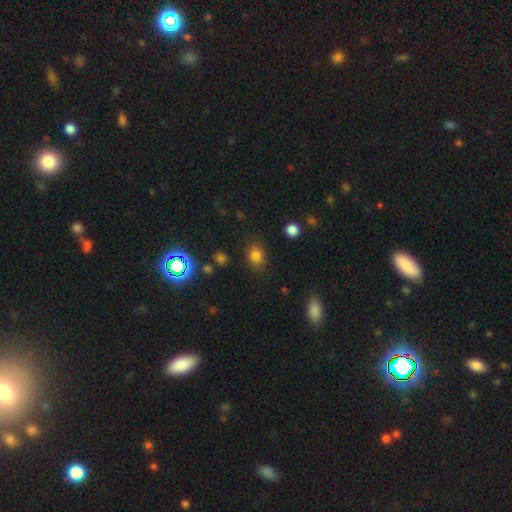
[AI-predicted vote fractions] Smooth or featured?
  - smooth: 79% *
  - star or artifact: 15%
  - featured or disk: 6%
How rounded?
  - in between: 50% *
  - round: 49%
  - cigar-shaped: 1%
Merging?
  - none: 81% *
  - minor disturbance: 12%
  - major disturbance: 4%
  - merger: 2%